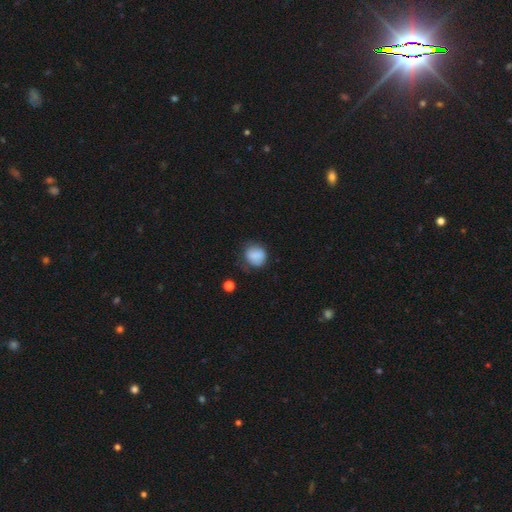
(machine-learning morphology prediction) type=smooth (80%); roundness=round (72%); merging=none (61%).